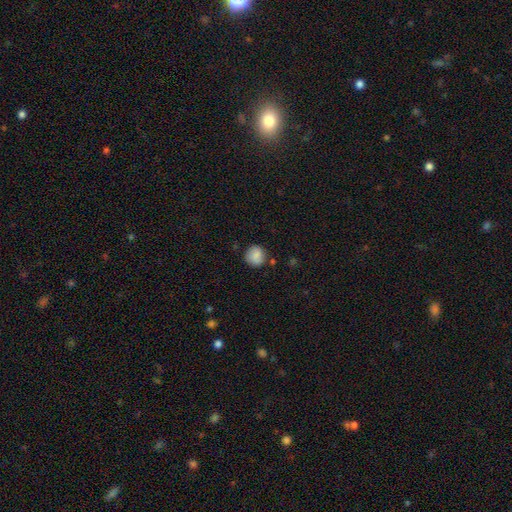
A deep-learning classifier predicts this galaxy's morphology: smooth 86%, star or artifact 9%, featured or disk 5%. Down the decision tree: how rounded — round (89%); merging — none (80%).